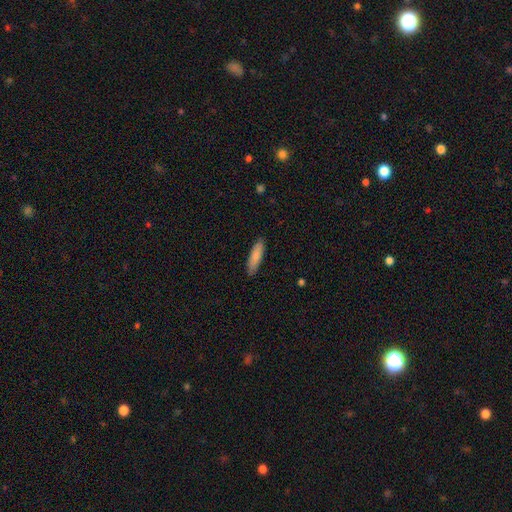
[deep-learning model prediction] smooth_or_featured: smooth (p=0.83) [alt: featured or disk p=0.11]
how_rounded: cigar-shaped (p=0.67) [alt: in between p=0.32]
merging: none (p=0.88) [alt: minor disturbance p=0.09]